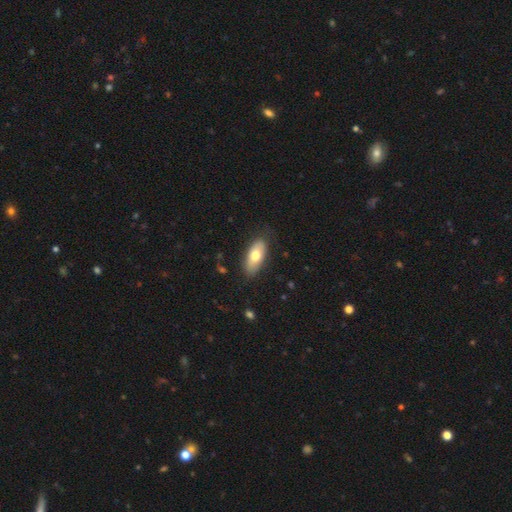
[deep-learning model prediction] smooth_or_featured: smooth (p=0.69) [alt: featured or disk p=0.25]
how_rounded: in between (p=0.86) [alt: cigar-shaped p=0.11]
merging: none (p=0.81) [alt: minor disturbance p=0.15]